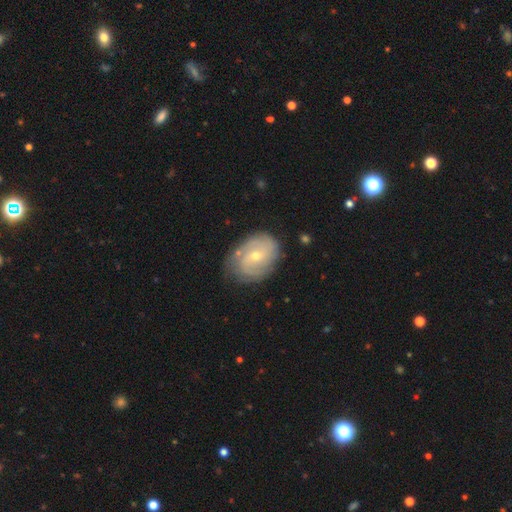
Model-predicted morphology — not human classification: Smooth or featured: featured or disk — 75% (smooth — 19%)
Edge-on disk: no — 97% (yes — 3%)
Bar: no — 56% (weak — 37%)
Spiral arms: yes — 89% (no — 11%)
Spiral winding: tight — 52% (medium — 35%)
Spiral arm count: 2 — 46% (can't tell — 31%)
Bulge size: small — 58% (moderate — 39%)
Merging: none — 73% (minor disturbance — 20%)